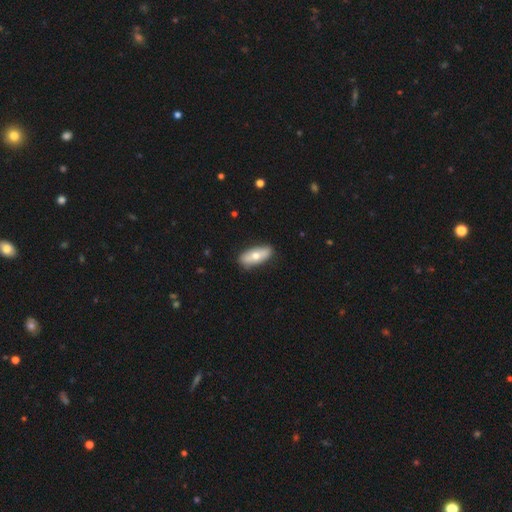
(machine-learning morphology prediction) Smooth or featured: smooth — 64% (featured or disk — 31%)
How rounded: in between — 79% (cigar-shaped — 18%)
Merging: none — 85% (minor disturbance — 11%)